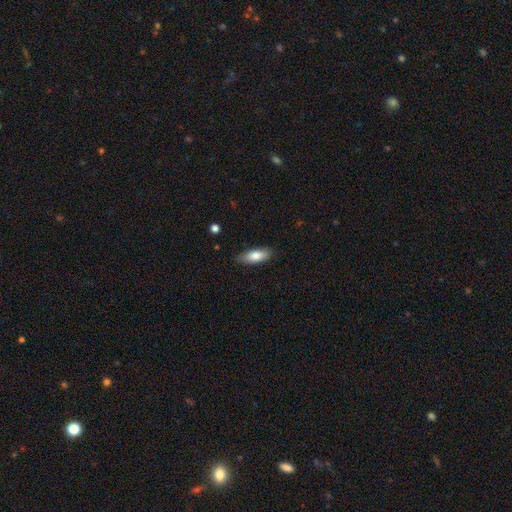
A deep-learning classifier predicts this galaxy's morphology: The model was most divided on "how rounded": in between: 75%, cigar-shaped: 23%, round: 2%. More confident: merging — none (84%); smooth or featured — smooth (79%).